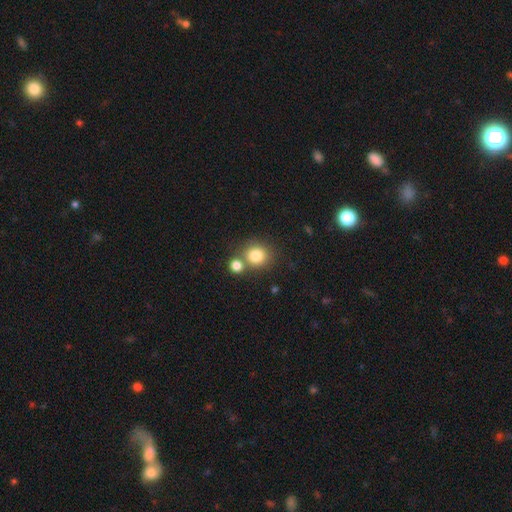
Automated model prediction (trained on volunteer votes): Morphology: type=smooth (82%); roundness=round (83%); merging=none (59%).